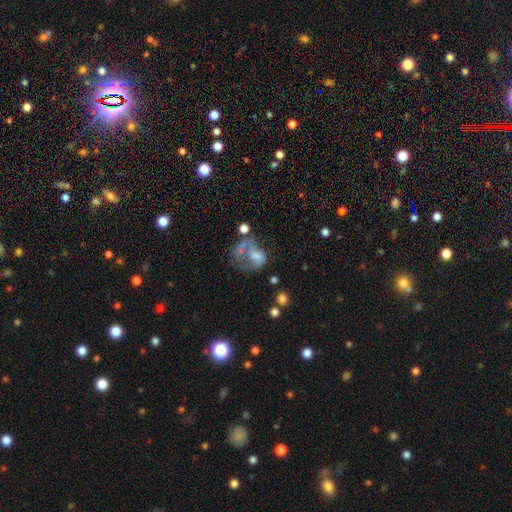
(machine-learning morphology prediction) Smooth or featured: featured or disk — 47% (smooth — 41%)
Merging: major disturbance — 39% (merger — 28%)